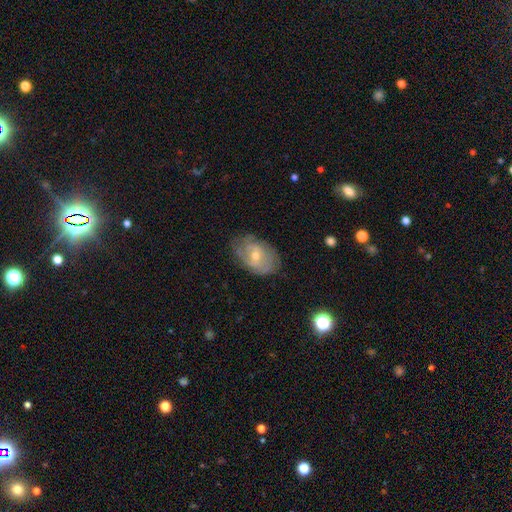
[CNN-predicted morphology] A featured or disk galaxy (57%) with no bar (60%), spiral arms (65%) and a small central bulge (52%). Merging: none (67%).